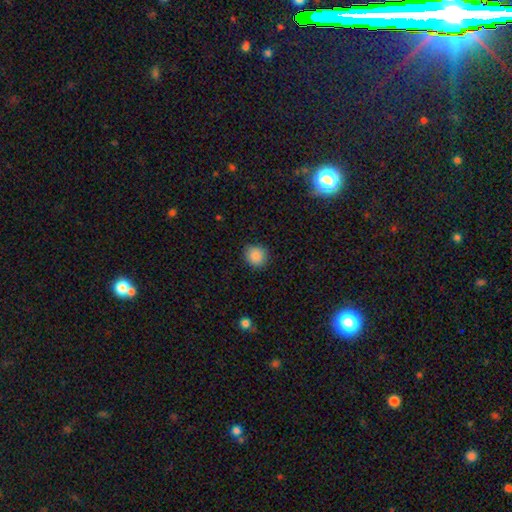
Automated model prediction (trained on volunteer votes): The model was most divided on "smooth or featured": smooth: 88%, star or artifact: 9%, featured or disk: 3%. More confident: merging — none (90%); how rounded — round (90%).